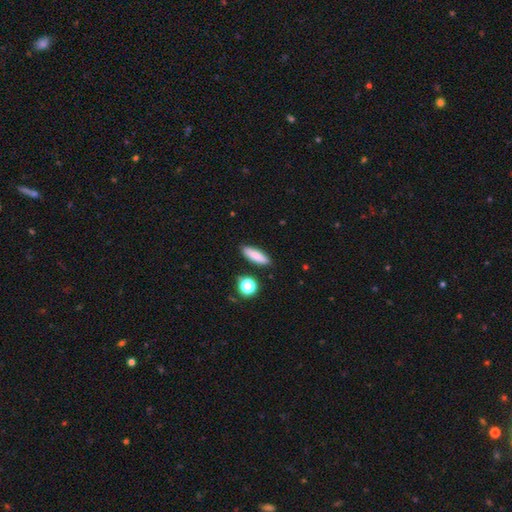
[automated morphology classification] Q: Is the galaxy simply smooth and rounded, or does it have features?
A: smooth — 82%.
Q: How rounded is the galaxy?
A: cigar-shaped — 54%.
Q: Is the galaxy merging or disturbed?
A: none — 87%.